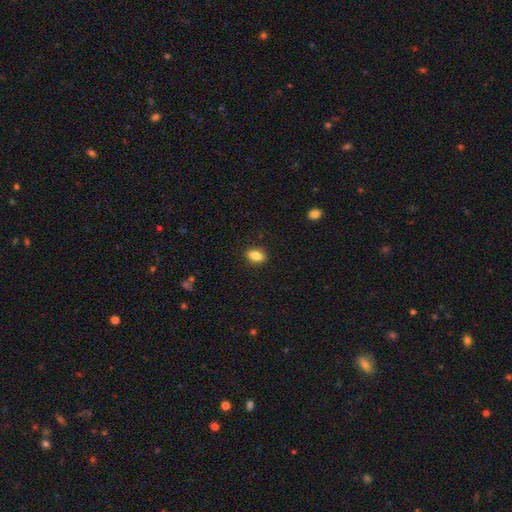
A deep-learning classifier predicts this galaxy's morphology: type=smooth (86%); roundness=in between (86%); merging=none (88%).